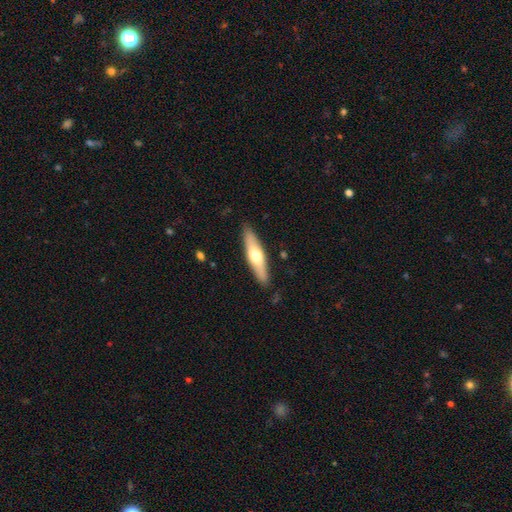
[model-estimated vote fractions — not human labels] Q: Smooth or featured?
A: smooth (54%); runner-up: featured or disk (41%)
Q: How rounded?
A: cigar-shaped (70%); runner-up: in between (28%)
Q: Merging?
A: none (88%); runner-up: minor disturbance (9%)